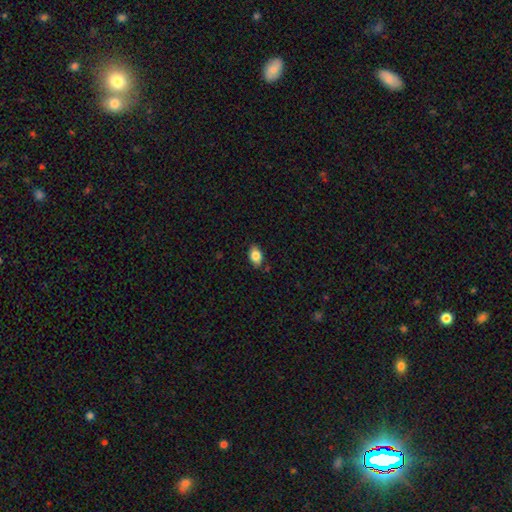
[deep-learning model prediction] Smooth or featured?
  - smooth: 84% *
  - featured or disk: 9%
  - star or artifact: 8%
How rounded?
  - in between: 87% *
  - round: 12%
  - cigar-shaped: 2%
Merging?
  - none: 84% *
  - minor disturbance: 12%
  - major disturbance: 2%
  - merger: 1%